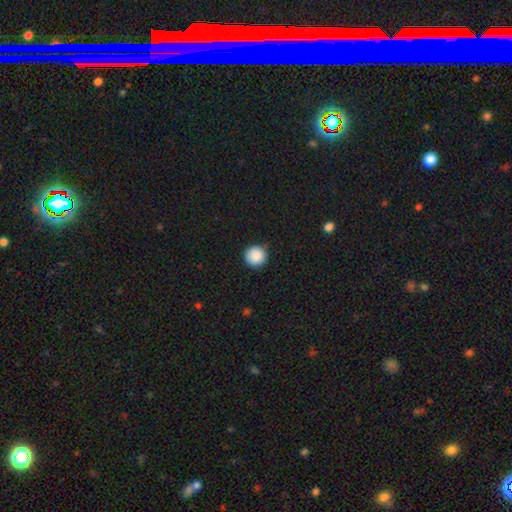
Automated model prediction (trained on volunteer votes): Smooth or featured? Predicted: smooth (p=0.88). How rounded? Predicted: round (p=0.96). Merging? Predicted: none (p=0.90).